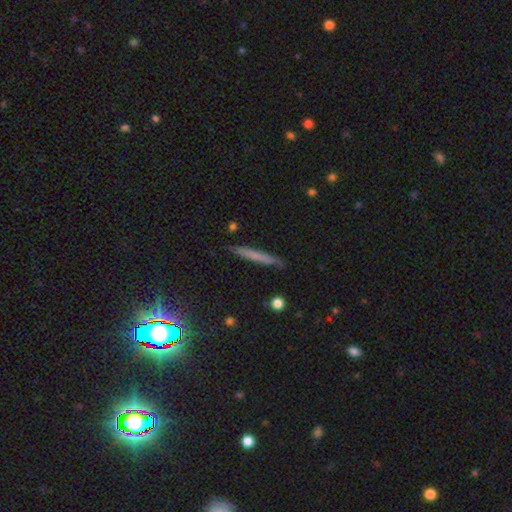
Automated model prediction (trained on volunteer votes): A smooth galaxy with no disk features (59%) that is cigar-shaped (95%). Merging: none (88%).